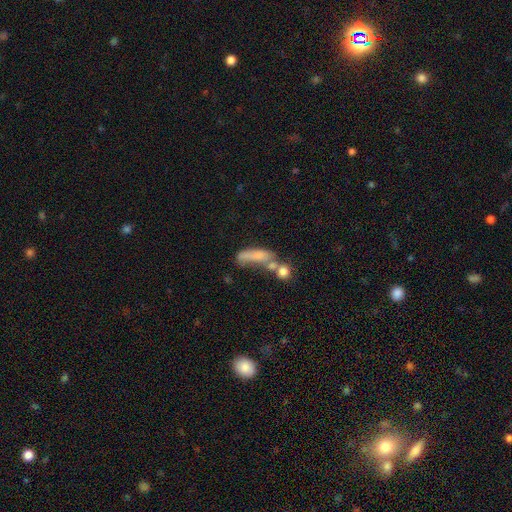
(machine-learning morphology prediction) Smooth or featured? smooth (61%)
How rounded? cigar-shaped (48%)
Merging? merger (39%)